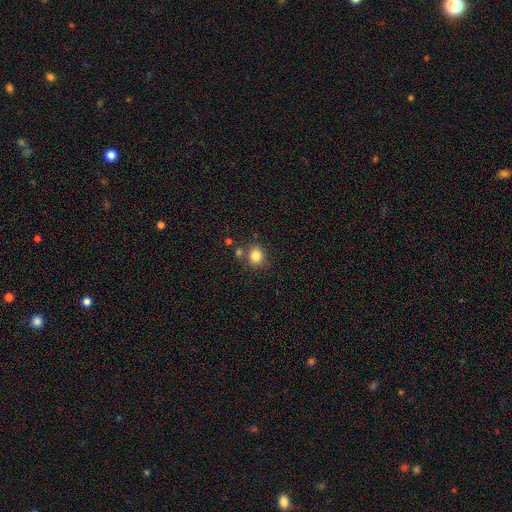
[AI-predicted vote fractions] Smooth or featured?
  - smooth: 83% *
  - star or artifact: 11%
  - featured or disk: 6%
How rounded?
  - round: 77% *
  - in between: 22%
  - cigar-shaped: 1%
Merging?
  - none: 73% *
  - minor disturbance: 12%
  - merger: 12%
  - major disturbance: 4%